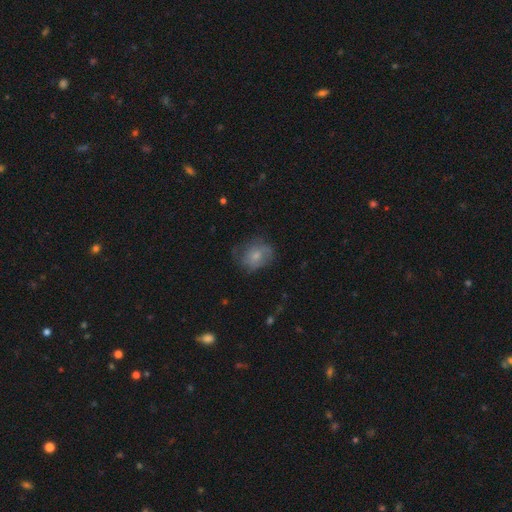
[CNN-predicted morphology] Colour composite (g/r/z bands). It shows a smooth galaxy with no disk features (58%) that is round (53%). Merging: none (58%).